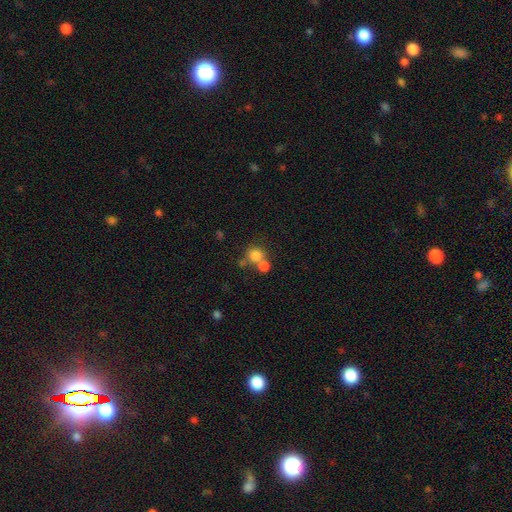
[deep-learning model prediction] Q: Smooth or featured?
A: smooth (79%); runner-up: star or artifact (12%)
Q: How rounded?
A: round (86%); runner-up: in between (13%)
Q: Merging?
A: merger (45%); runner-up: none (44%)